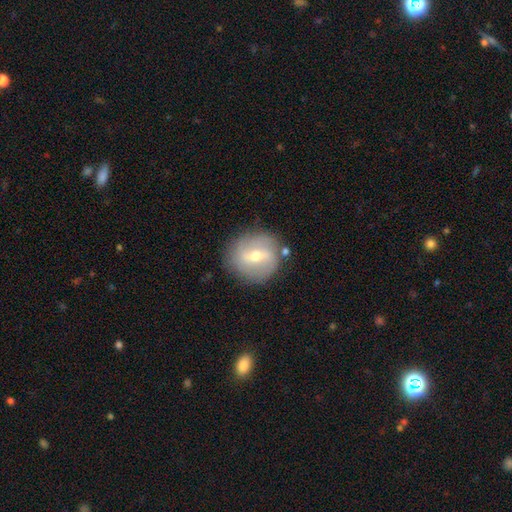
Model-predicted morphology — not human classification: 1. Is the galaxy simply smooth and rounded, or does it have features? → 60% featured or disk, 32% smooth, 8% star or artifact.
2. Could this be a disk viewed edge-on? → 94% no, 6% yes.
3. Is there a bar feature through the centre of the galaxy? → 51% weak, 27% strong, 22% no.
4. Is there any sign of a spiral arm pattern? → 63% yes, 37% no.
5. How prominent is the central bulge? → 65% moderate, 30% small, 3% large, 1% none, 1% dominant.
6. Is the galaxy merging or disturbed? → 80% none, 12% minor disturbance, 4% major disturbance, 4% merger.